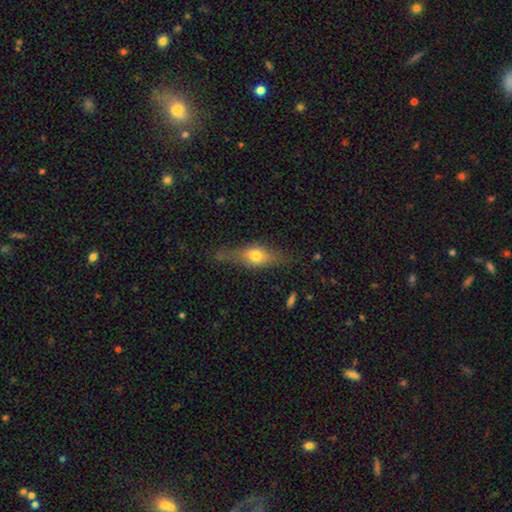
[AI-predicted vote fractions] This is possibly a smooth galaxy (53%). How rounded: possibly in between (59%). Merging: likely none (61%).